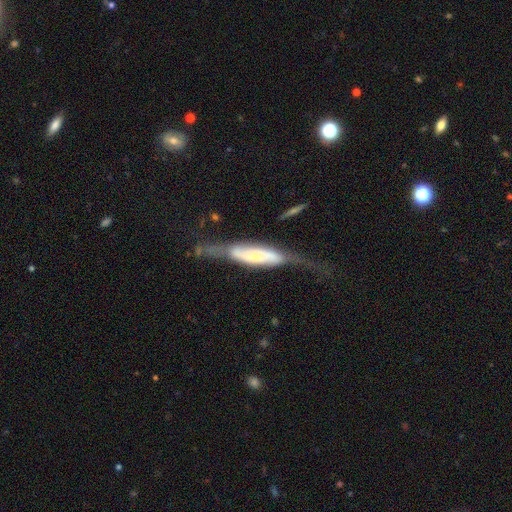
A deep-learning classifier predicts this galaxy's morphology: smooth_or_featured: featured or disk (p=0.66) [alt: smooth p=0.28]
disk_edge_on: no (p=0.51) [alt: yes p=0.49]
merging: none (p=0.40) [alt: major disturbance p=0.30]